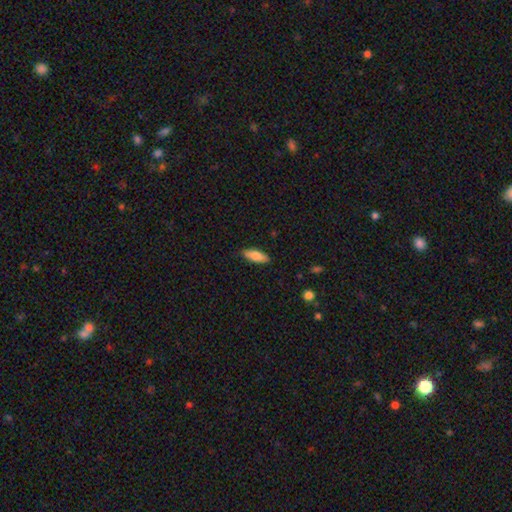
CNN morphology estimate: Smooth or featured? Predicted: smooth (p=0.75). How rounded? Predicted: in between (p=0.62). Merging? Predicted: none (p=0.87).